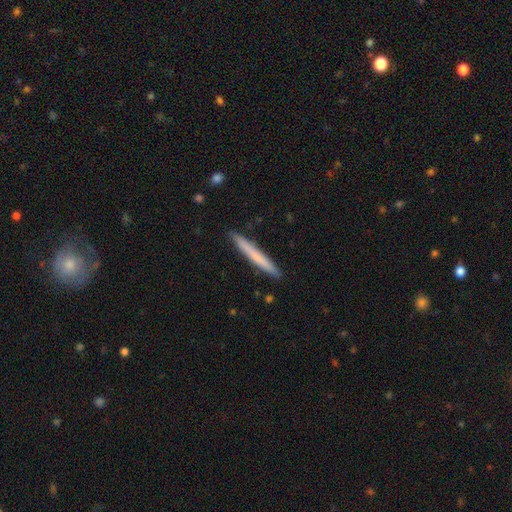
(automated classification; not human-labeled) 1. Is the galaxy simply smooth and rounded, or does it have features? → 67% smooth, 27% featured or disk, 5% star or artifact.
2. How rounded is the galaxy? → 97% cigar-shaped, 2% in between, 1% round.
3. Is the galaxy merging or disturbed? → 91% none, 6% minor disturbance, 1% major disturbance, 1% merger.